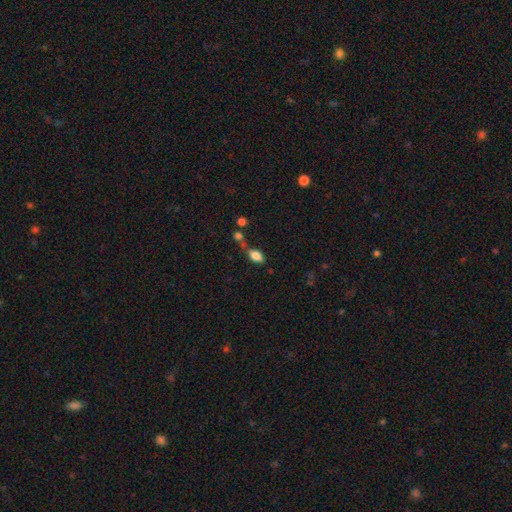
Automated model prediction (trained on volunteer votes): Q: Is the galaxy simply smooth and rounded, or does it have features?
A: smooth — 80%.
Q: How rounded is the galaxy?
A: in between — 88%.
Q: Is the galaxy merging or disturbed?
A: none — 39%.